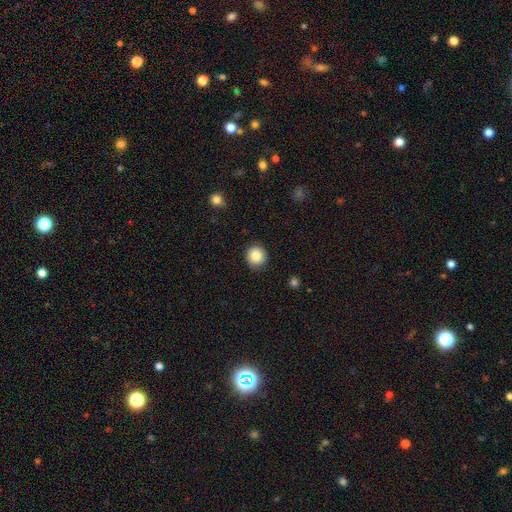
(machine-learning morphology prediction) Smooth or featured? Predicted: smooth (p=0.85). How rounded? Predicted: round (p=0.90). Merging? Predicted: none (p=0.87).